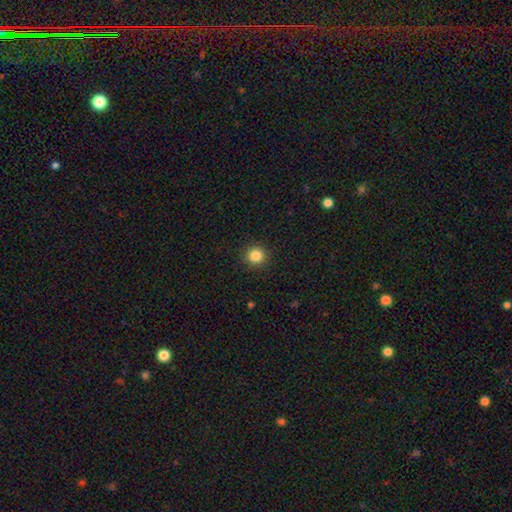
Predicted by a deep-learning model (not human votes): A smooth galaxy with no disk features (85%) that is round (94%). Merging: none (92%).